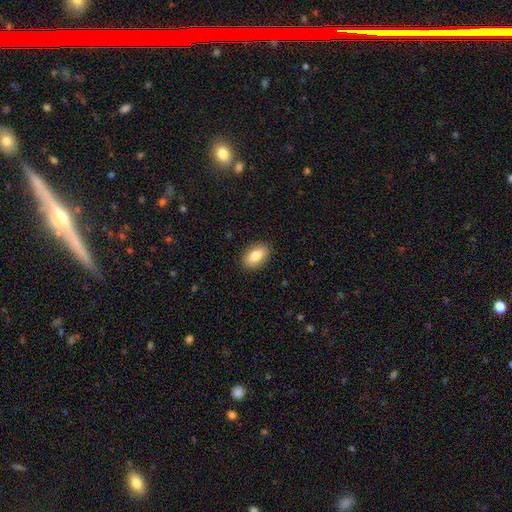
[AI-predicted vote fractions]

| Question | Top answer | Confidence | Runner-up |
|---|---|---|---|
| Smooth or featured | smooth | 80% | featured or disk (13%) |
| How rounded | in between | 90% | round (8%) |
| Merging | none | 88% | minor disturbance (9%) |